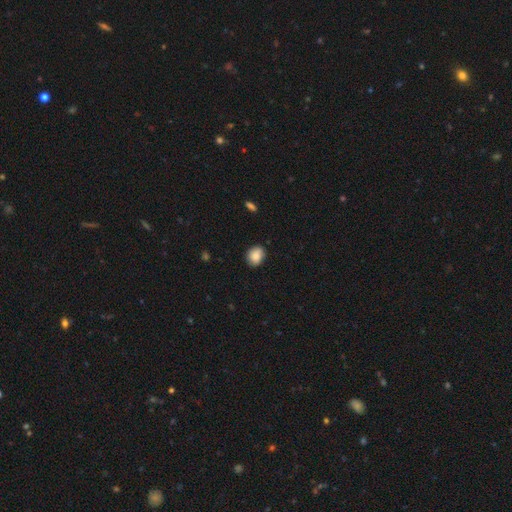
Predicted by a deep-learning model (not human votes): The model was most divided on "how rounded": round: 54%, in between: 45%, cigar-shaped: 1%. More confident: smooth or featured — smooth (84%); merging — none (80%).